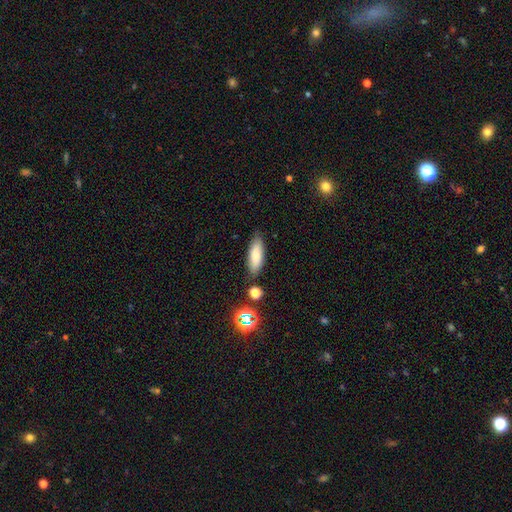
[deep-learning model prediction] This appears to be a smooth galaxy with no disk features (79%) that is in between round and cigar-shaped (64%). Merging: none (81%).